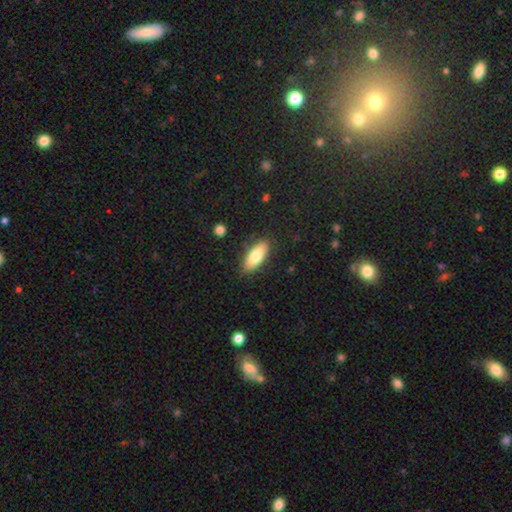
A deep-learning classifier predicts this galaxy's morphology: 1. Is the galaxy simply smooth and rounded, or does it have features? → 79% smooth, 15% featured or disk, 6% star or artifact.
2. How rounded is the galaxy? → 80% in between, 18% cigar-shaped, 2% round.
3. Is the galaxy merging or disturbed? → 84% none, 12% minor disturbance, 3% major disturbance, 2% merger.